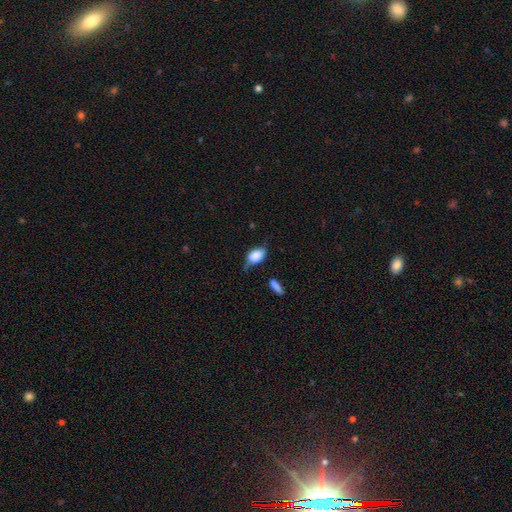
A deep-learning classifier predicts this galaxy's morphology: The model was most divided on "merging": none: 46%, minor disturbance: 34%, major disturbance: 15%, merger: 5%. More confident: how rounded — in between (83%); smooth or featured — smooth (73%).